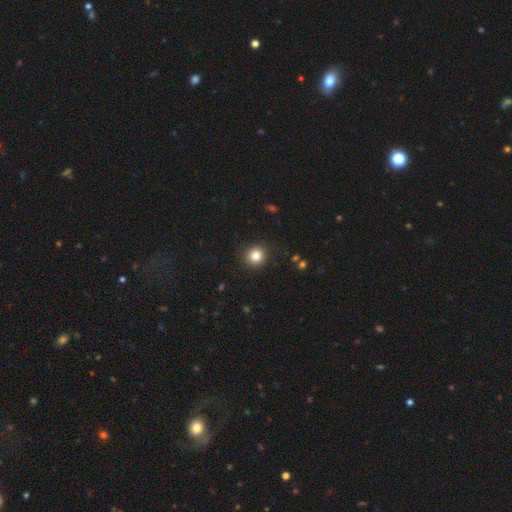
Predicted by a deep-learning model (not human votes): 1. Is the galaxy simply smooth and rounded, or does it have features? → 83% smooth, 11% star or artifact, 5% featured or disk.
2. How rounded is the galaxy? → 90% round, 9% in between, 1% cigar-shaped.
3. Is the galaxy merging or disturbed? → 90% none, 6% minor disturbance, 2% major disturbance, 1% merger.